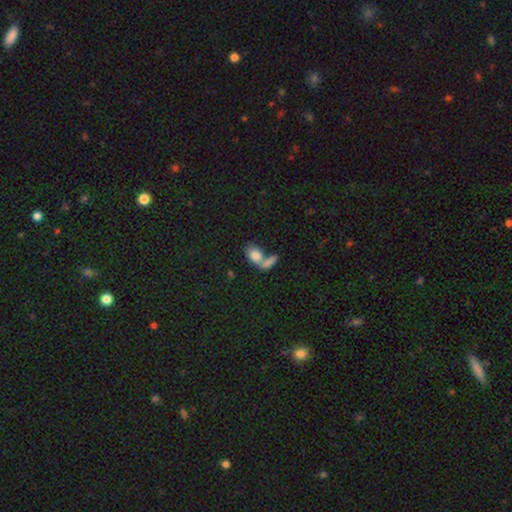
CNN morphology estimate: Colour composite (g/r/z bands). It shows a smooth galaxy with no disk features (81%) that is in between round and cigar-shaped (83%). Merging: merger (55%).